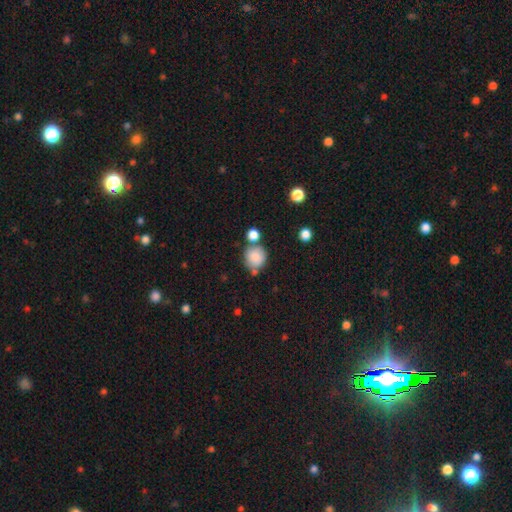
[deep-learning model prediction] smooth_or_featured: smooth (p=0.84) [alt: star or artifact p=0.09]
how_rounded: round (p=0.88) [alt: in between p=0.11]
merging: none (p=0.61) [alt: merger p=0.21]